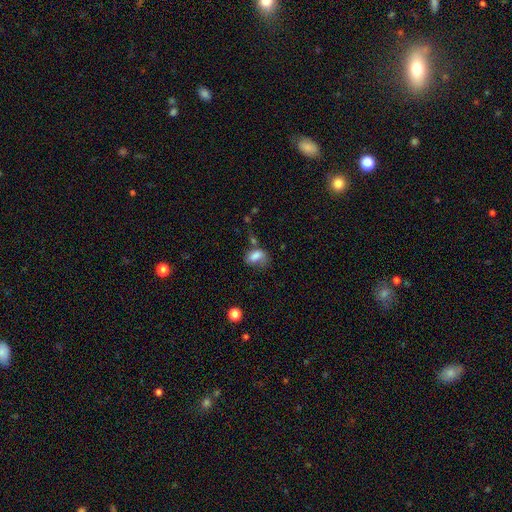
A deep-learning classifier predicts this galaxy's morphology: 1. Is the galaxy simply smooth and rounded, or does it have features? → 76% smooth, 14% featured or disk, 10% star or artifact.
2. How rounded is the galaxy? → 81% in between, 16% round, 2% cigar-shaped.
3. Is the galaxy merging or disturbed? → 38% none, 30% minor disturbance, 21% major disturbance, 11% merger.